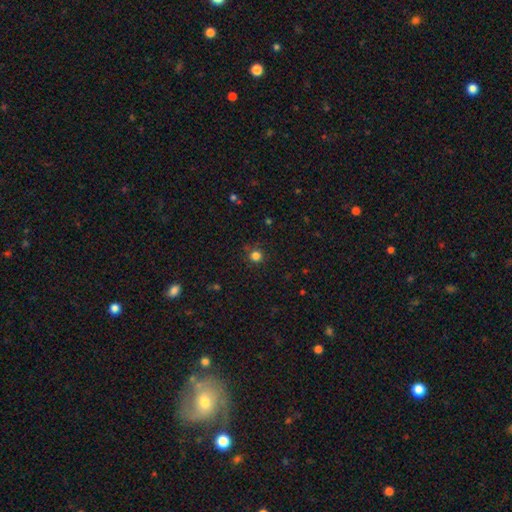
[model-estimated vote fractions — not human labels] This appears to be a smooth galaxy with no disk features (81%) that is round (93%). Merging: none (83%).